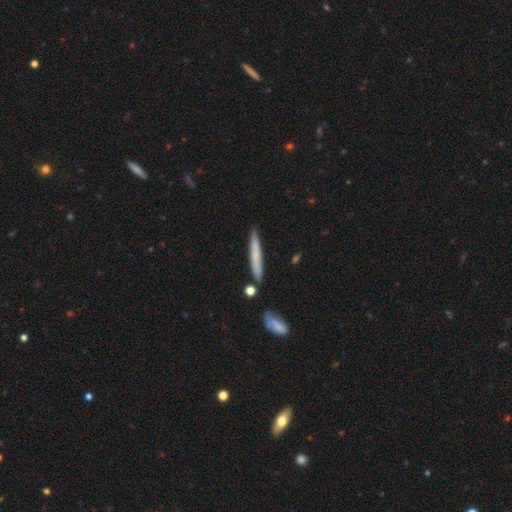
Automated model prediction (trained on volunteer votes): Smooth or featured? smooth (65%)
How rounded? cigar-shaped (95%)
Merging? none (83%)